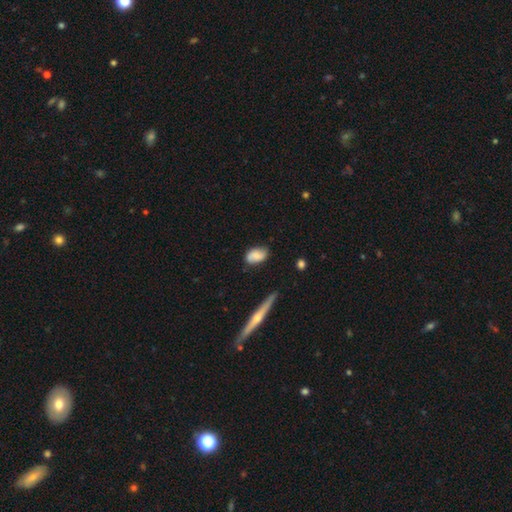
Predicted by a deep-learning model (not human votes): Smooth or featured?
  - smooth: 73% *
  - featured or disk: 19%
  - star or artifact: 8%
How rounded?
  - in between: 87% *
  - round: 10%
  - cigar-shaped: 3%
Merging?
  - none: 73% *
  - minor disturbance: 20%
  - major disturbance: 4%
  - merger: 3%